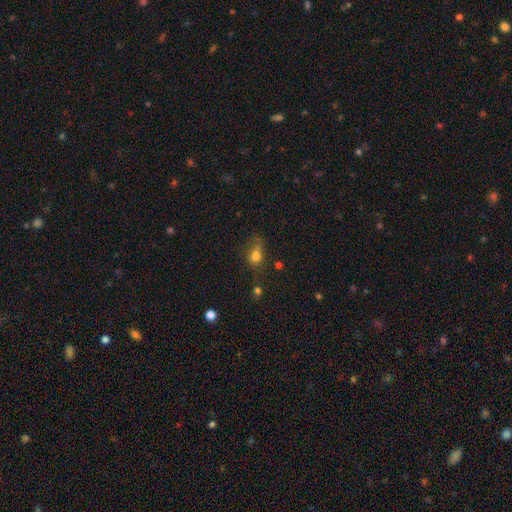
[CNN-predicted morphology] smooth_or_featured: smooth (p=0.75) [alt: star or artifact p=0.14]
how_rounded: in between (p=0.54) [alt: round p=0.43]
merging: none (p=0.41) [alt: minor disturbance p=0.29]